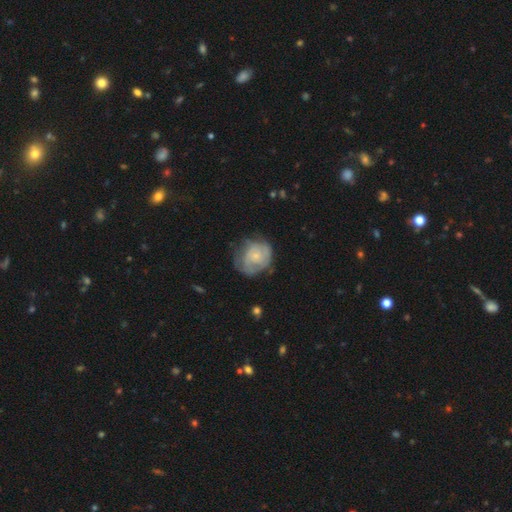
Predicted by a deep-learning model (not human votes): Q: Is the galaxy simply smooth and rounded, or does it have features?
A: featured or disk — 53%.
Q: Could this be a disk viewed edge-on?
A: no — 97%.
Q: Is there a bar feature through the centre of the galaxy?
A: no — 82%.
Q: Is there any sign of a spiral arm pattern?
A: yes — 64%.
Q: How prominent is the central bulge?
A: small — 71%.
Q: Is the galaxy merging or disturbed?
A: none — 48%.